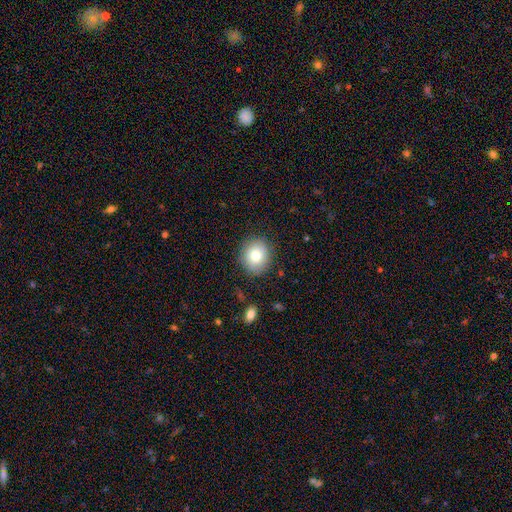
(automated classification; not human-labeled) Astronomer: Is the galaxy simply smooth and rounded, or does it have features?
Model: smooth — 76%.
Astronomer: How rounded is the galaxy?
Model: round — 75%.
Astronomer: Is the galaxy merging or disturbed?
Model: none — 86%.